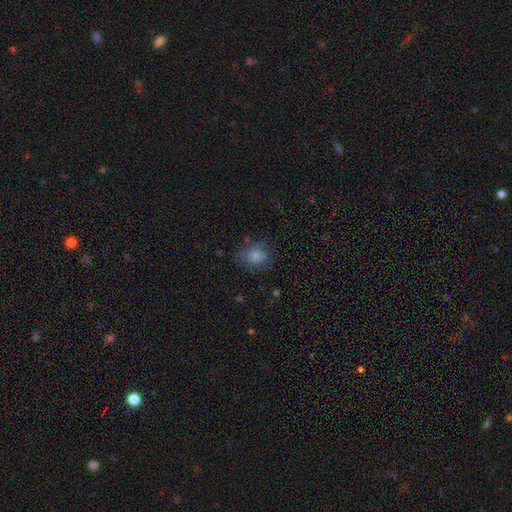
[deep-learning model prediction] smooth-or-featured: smooth: 81% | star or artifact: 10% | featured or disk: 9%
  how-rounded: round: 68% | in between: 31% | cigar-shaped: 1%
  merging: none: 70% | minor disturbance: 21% | major disturbance: 8% | merger: 2%